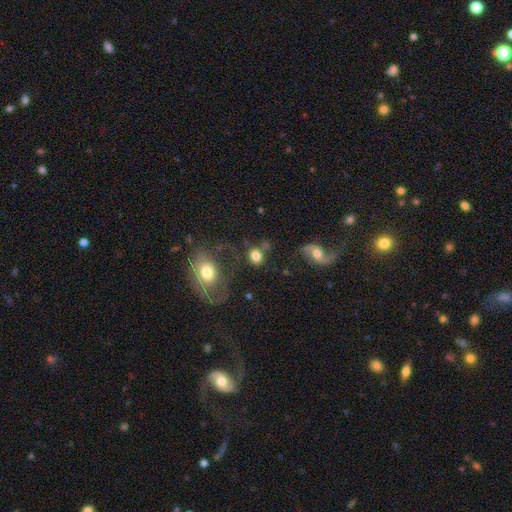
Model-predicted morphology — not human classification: Overall: smooth (76%). How rounded: round (70%). Merging: none (55%; minor disturbance 17%).